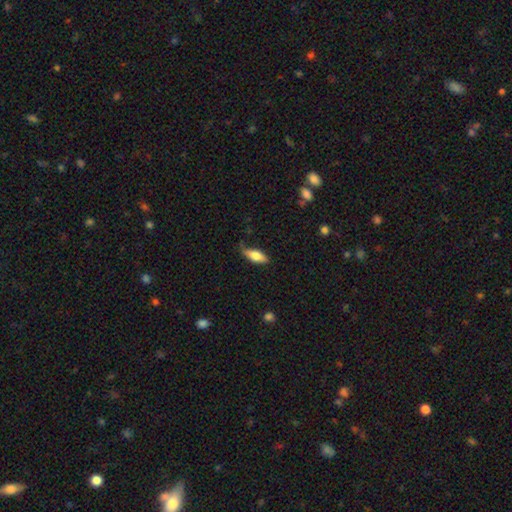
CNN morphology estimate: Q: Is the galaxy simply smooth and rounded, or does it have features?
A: smooth — 68%.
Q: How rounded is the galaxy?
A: in between — 70%.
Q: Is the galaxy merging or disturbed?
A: none — 65%.